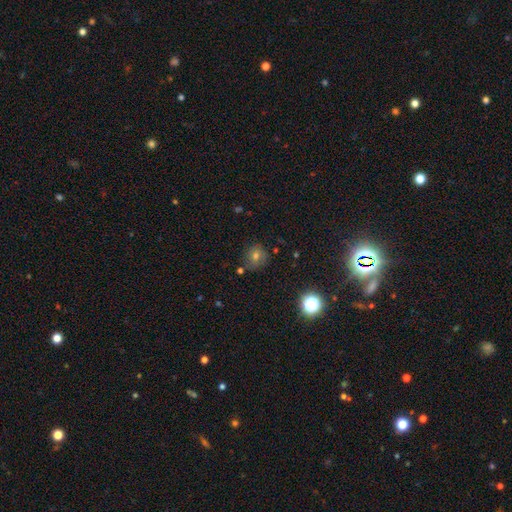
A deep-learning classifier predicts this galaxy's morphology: smooth-or-featured: smooth: 57% | star or artifact: 27% | featured or disk: 16%
  how-rounded: round: 82% | in between: 17% | cigar-shaped: 1%
  merging: none: 75% | minor disturbance: 16% | major disturbance: 5% | merger: 5%